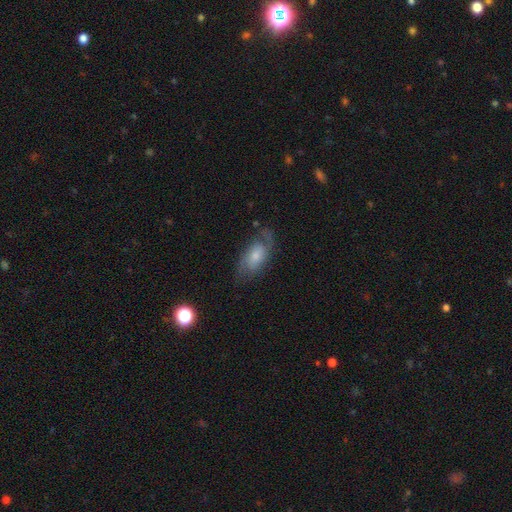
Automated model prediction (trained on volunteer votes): featured or disk 59%, smooth 34%, star or artifact 7%. Down the decision tree: edge-on disk — no (92%); bar — no (65%); spiral arms — yes (86%); bulge size — small (44%); merging — none (63%).